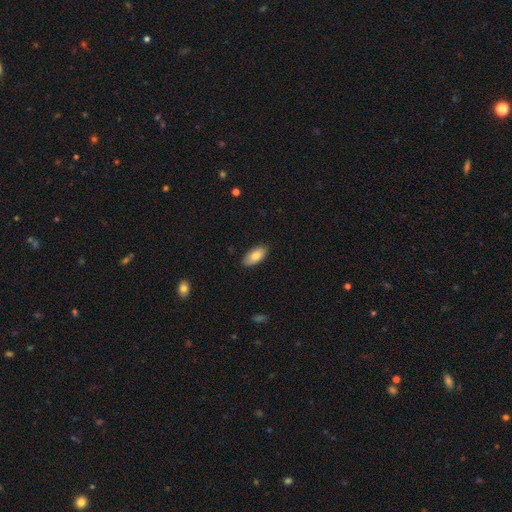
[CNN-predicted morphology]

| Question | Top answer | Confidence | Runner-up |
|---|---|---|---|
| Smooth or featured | smooth | 82% | featured or disk (12%) |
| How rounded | in between | 92% | cigar-shaped (6%) |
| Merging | none | 88% | minor disturbance (10%) |